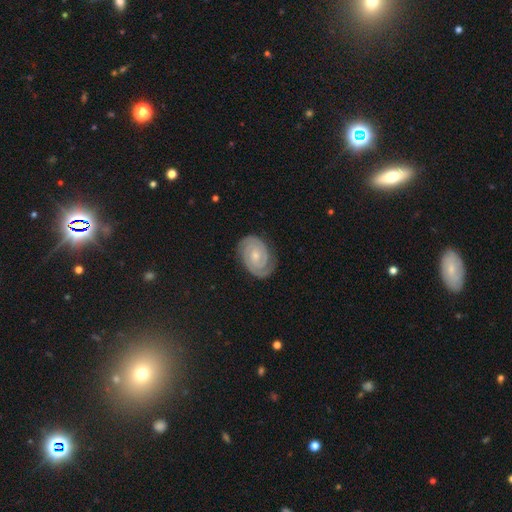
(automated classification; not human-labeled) The model was most divided on "bulge size": small: 51%, moderate: 42%, none: 3%, large: 2%, dominant: 1%. More confident: spiral arms — yes (98%); edge-on disk — no (98%); smooth or featured — featured or disk (88%); spiral arm count — 2 (86%); merging — none (84%); spiral winding — tight (82%); bar — no (61%).